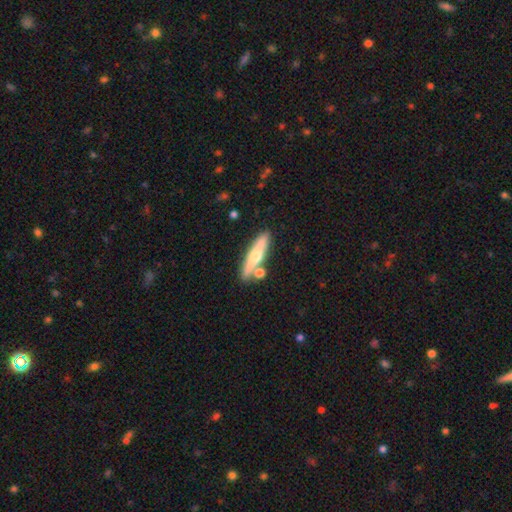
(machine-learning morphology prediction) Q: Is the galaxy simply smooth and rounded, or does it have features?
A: featured or disk — 53%.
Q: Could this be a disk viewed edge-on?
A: yes — 89%.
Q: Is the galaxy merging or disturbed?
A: none — 76%.